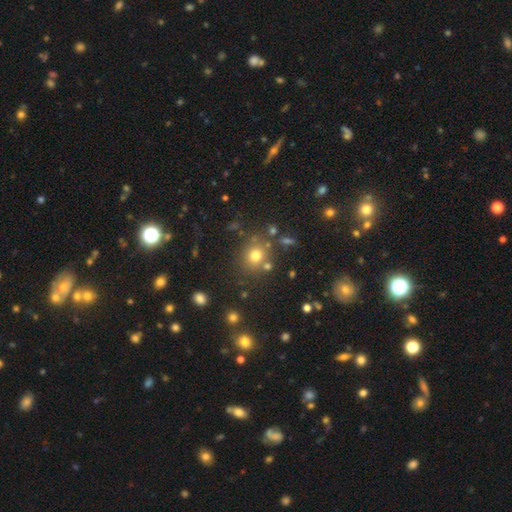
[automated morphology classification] The model was most divided on "smooth or featured": smooth: 72%, star or artifact: 18%, featured or disk: 10%. More confident: how rounded — round (81%); merging — none (75%).